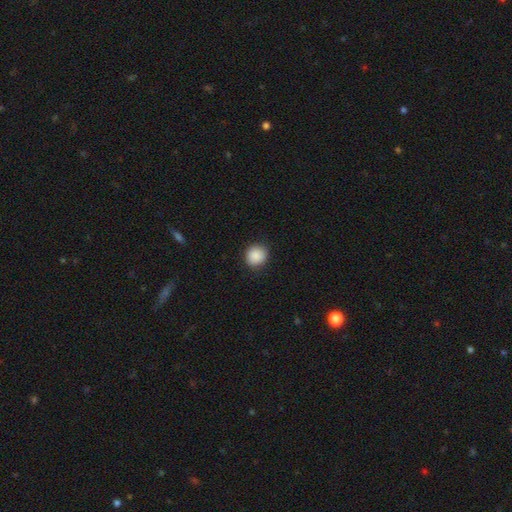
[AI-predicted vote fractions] smooth-or-featured: smooth: 89% | star or artifact: 8% | featured or disk: 3%
  how-rounded: round: 83% | in between: 16% | cigar-shaped: 1%
  merging: none: 87% | minor disturbance: 9% | major disturbance: 2% | merger: 1%